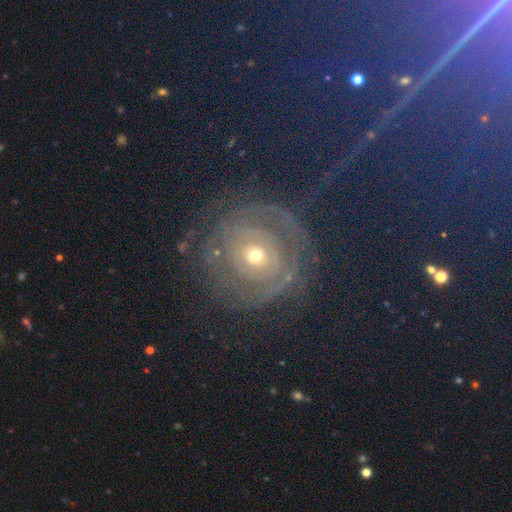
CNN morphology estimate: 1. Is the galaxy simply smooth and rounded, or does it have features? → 78% featured or disk, 14% smooth, 8% star or artifact.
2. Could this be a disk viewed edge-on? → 97% no, 3% yes.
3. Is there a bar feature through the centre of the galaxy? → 81% no, 14% weak, 5% strong.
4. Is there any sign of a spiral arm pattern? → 78% yes, 22% no.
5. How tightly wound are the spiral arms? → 72% tight, 19% medium, 9% loose.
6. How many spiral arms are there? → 41% can't tell, 23% 2, 12% 3, 8% 1, 8% 4, 7% more than 4.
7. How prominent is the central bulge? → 57% small, 38% moderate, 2% large, 1% dominant, 1% none.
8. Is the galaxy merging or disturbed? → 68% none, 16% minor disturbance, 15% major disturbance, 2% merger.